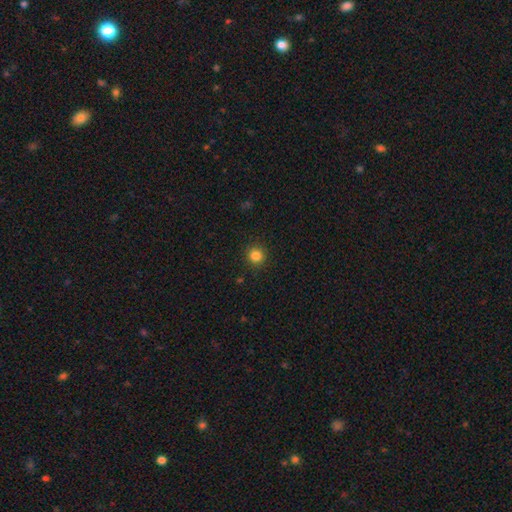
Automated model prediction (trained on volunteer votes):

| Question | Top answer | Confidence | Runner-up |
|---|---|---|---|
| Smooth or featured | smooth | 83% | star or artifact (12%) |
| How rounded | round | 94% | in between (5%) |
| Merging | none | 92% | minor disturbance (5%) |